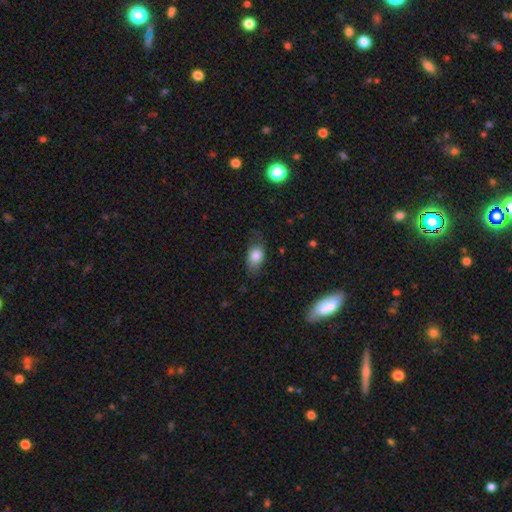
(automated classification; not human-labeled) The model was most divided on "merging": none: 63%, minor disturbance: 26%, major disturbance: 10%, merger: 1%. More confident: how rounded — in between (84%); smooth or featured — smooth (80%).